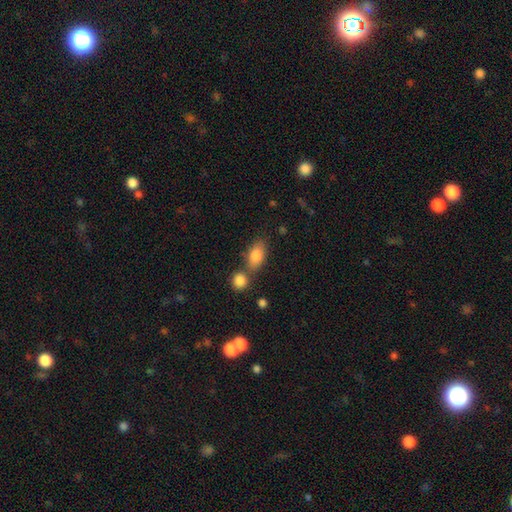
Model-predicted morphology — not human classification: Smooth or featured?
  - smooth: 84% *
  - featured or disk: 8%
  - star or artifact: 7%
How rounded?
  - in between: 88% *
  - round: 7%
  - cigar-shaped: 5%
Merging?
  - none: 58% *
  - merger: 24%
  - minor disturbance: 13%
  - major disturbance: 4%